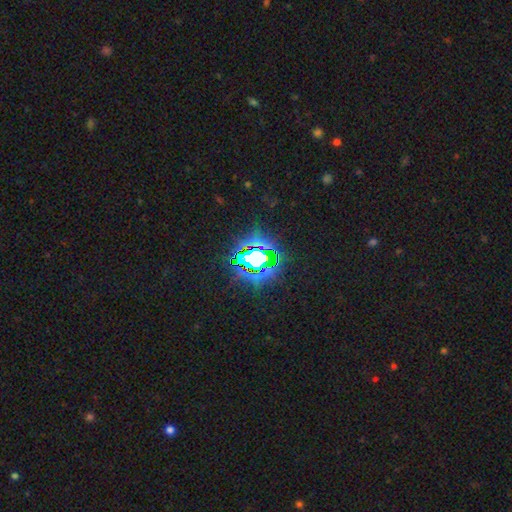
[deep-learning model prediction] star or artifact 76%, smooth 13%, featured or disk 11%.